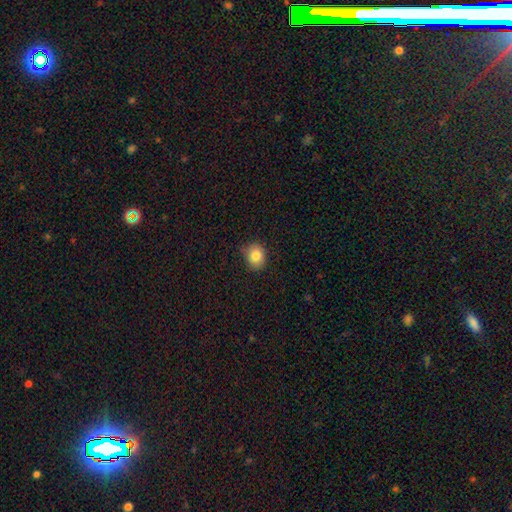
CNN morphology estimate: smooth_or_featured: smooth (p=0.83) [alt: star or artifact p=0.10]
how_rounded: round (p=0.66) [alt: in between p=0.33]
merging: none (p=0.80) [alt: minor disturbance p=0.16]